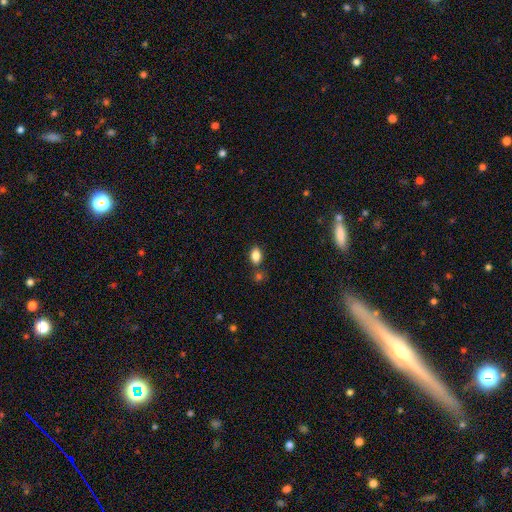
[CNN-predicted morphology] Smooth or featured? Predicted: smooth (p=0.84). How rounded? Predicted: in between (p=0.84). Merging? Predicted: none (p=0.72).